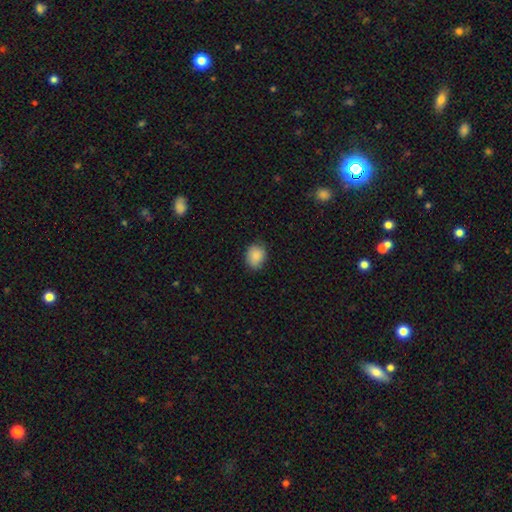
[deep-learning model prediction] Smooth or featured? Predicted: smooth (p=0.88). How rounded? Predicted: round (p=0.55). Merging? Predicted: none (p=0.79).